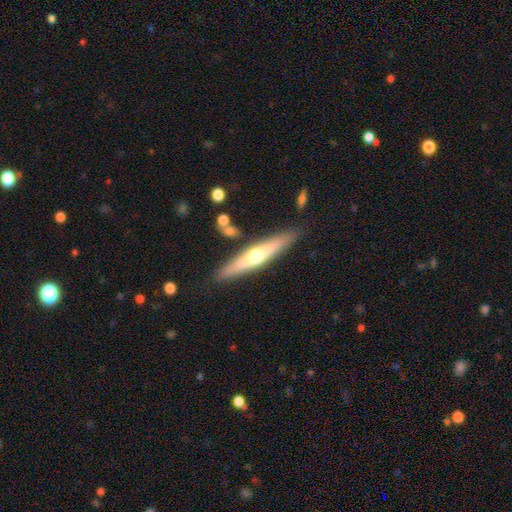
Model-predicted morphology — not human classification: A featured or disk galaxy (58%) viewed edge-on (94%) with a rounded central bulge (88%).

Vote fractions:
- Smooth or featured? featured or disk: 58% / smooth: 36% / star or artifact: 5%
- Edge-on disk? yes: 94% / no: 6%
- Edge-on bulge? rounded: 88% / none: 8% / boxy: 3%
- Merging? none: 87% / minor disturbance: 8% / merger: 3% / major disturbance: 2%